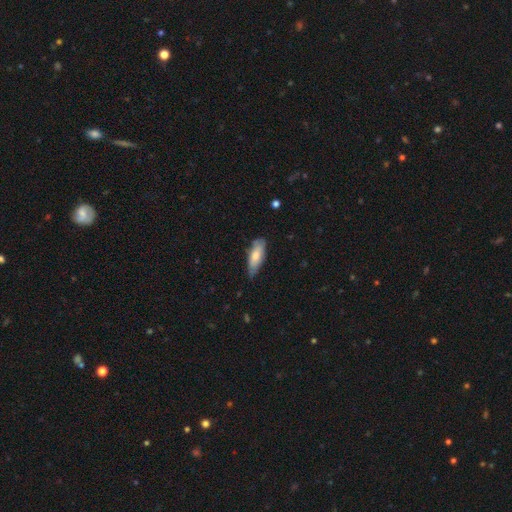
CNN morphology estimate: Smooth or featured? Predicted: smooth (p=0.69). How rounded? Predicted: in between (p=0.71). Merging? Predicted: none (p=0.69).